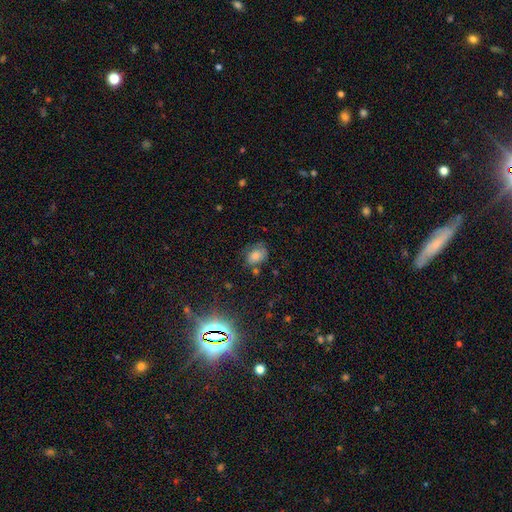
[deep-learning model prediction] Q: Smooth or featured?
A: smooth (72%); runner-up: featured or disk (15%)
Q: How rounded?
A: in between (74%); runner-up: round (25%)
Q: Merging?
A: none (52%); runner-up: minor disturbance (28%)